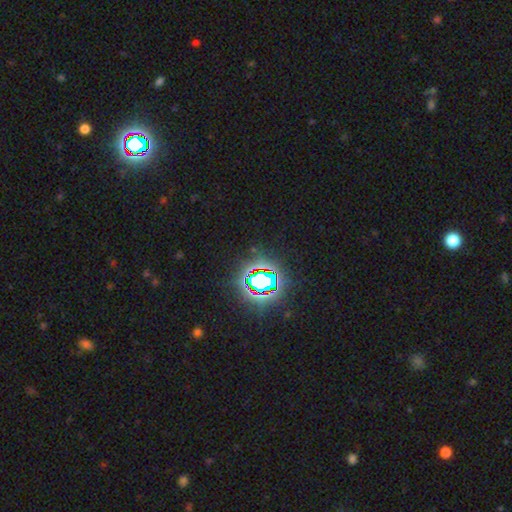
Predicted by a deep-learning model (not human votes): Smooth or featured? Predicted: star or artifact (p=0.81).